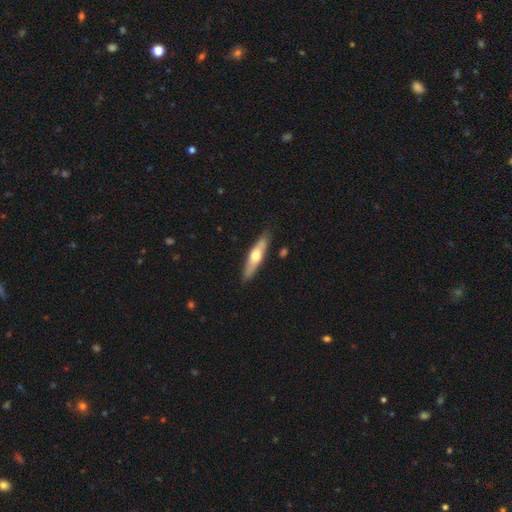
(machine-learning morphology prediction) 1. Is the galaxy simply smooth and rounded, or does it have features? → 50% smooth, 45% featured or disk, 5% star or artifact.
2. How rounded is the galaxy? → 74% cigar-shaped, 24% in between, 2% round.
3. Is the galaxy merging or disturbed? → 86% none, 10% minor disturbance, 2% major disturbance, 2% merger.